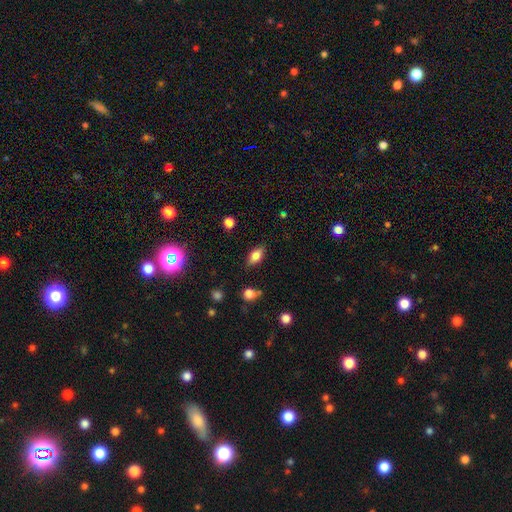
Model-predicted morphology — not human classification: Smooth or featured? Predicted: smooth (p=0.77). How rounded? Predicted: in between (p=0.87). Merging? Predicted: none (p=0.83).